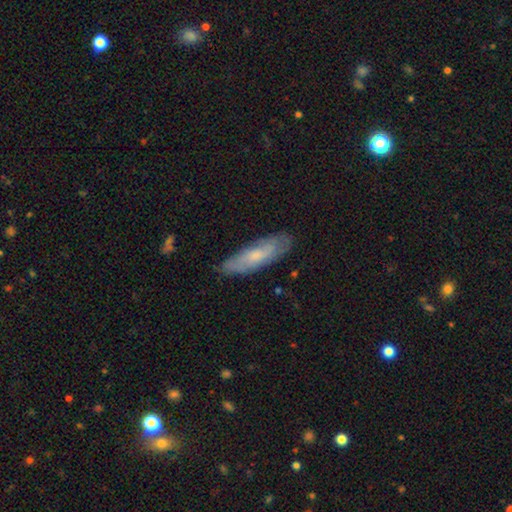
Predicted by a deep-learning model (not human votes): smooth-or-featured: smooth: 51% | featured or disk: 42% | star or artifact: 7%
  how-rounded: cigar-shaped: 55% | in between: 43% | round: 2%
  merging: none: 75% | minor disturbance: 19% | major disturbance: 4% | merger: 1%